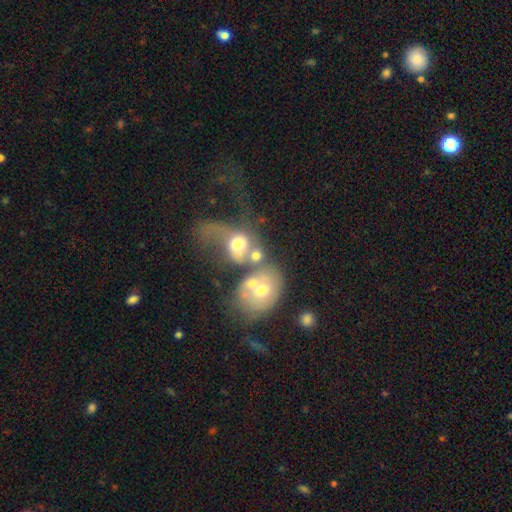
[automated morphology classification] This is possibly a smooth galaxy (47%). Merging: likely merger (62%).